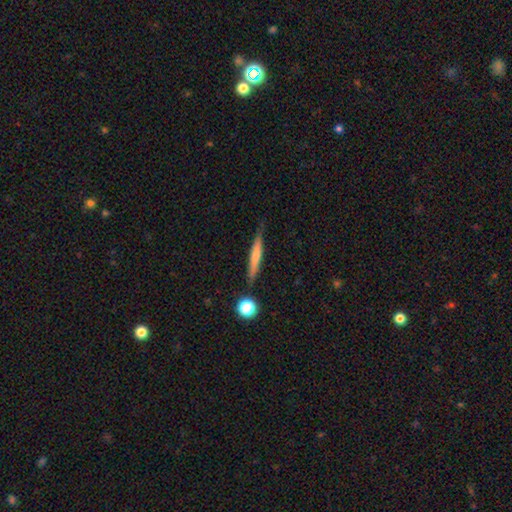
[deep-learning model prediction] Q: Smooth or featured?
A: smooth (58%); runner-up: featured or disk (35%)
Q: How rounded?
A: cigar-shaped (92%); runner-up: in between (5%)
Q: Merging?
A: none (78%); runner-up: minor disturbance (16%)